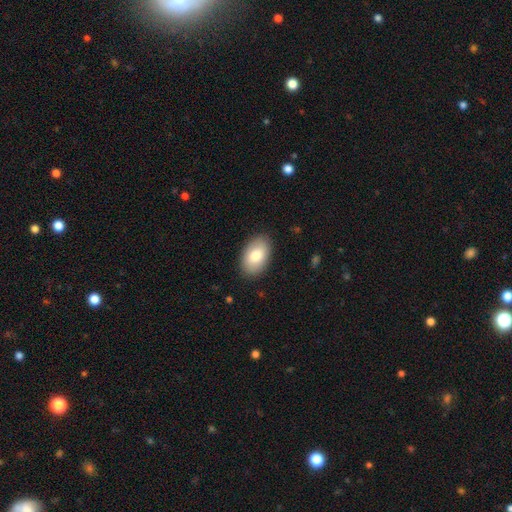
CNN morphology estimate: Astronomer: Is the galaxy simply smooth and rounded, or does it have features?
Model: smooth — 81%.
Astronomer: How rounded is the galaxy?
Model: in between — 92%.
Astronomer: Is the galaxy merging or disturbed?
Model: none — 87%.